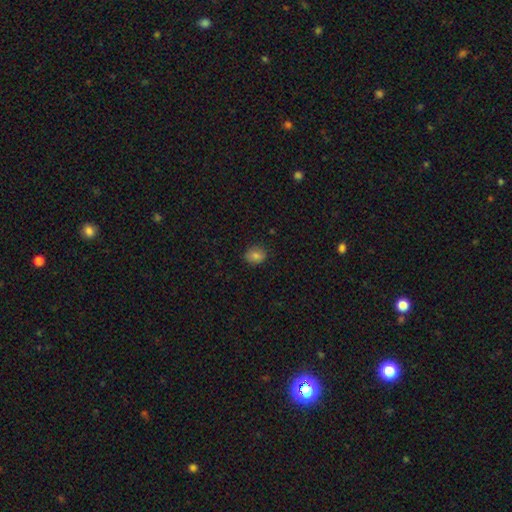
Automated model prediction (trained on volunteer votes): Smooth or featured: smooth — 81% (star or artifact — 11%)
How rounded: round — 69% (in between — 30%)
Merging: none — 86% (minor disturbance — 11%)